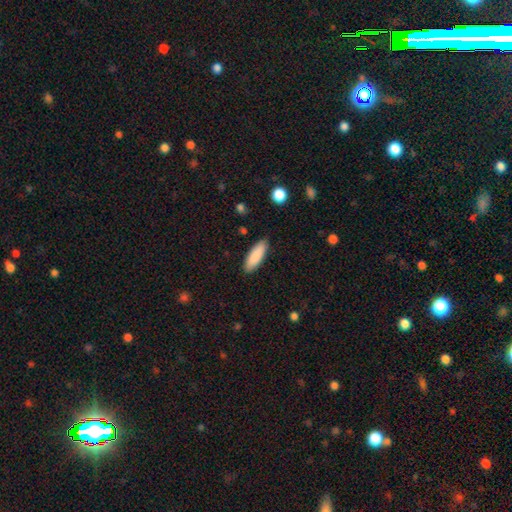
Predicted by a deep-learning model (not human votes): A smooth galaxy with no disk features (89%) that is in between round and cigar-shaped (57%).

Vote fractions:
- Smooth or featured? smooth: 89% / featured or disk: 6% / star or artifact: 6%
- How rounded? in between: 57% / cigar-shaped: 41% / round: 1%
- Merging? none: 88% / minor disturbance: 9% / major disturbance: 2% / merger: 1%